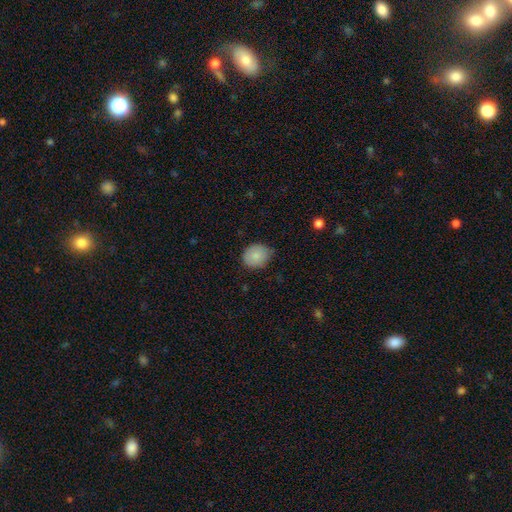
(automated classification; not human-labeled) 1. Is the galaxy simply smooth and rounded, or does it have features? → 84% smooth, 9% featured or disk, 7% star or artifact.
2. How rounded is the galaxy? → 64% round, 35% in between, 1% cigar-shaped.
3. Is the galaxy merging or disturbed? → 68% none, 27% minor disturbance, 4% major disturbance, 1% merger.